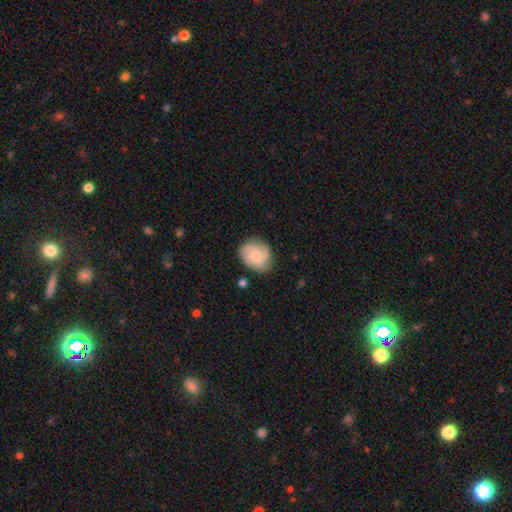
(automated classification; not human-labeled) smooth_or_featured: smooth (p=0.47) [alt: featured or disk p=0.45]
merging: none (p=0.74) [alt: minor disturbance p=0.19]